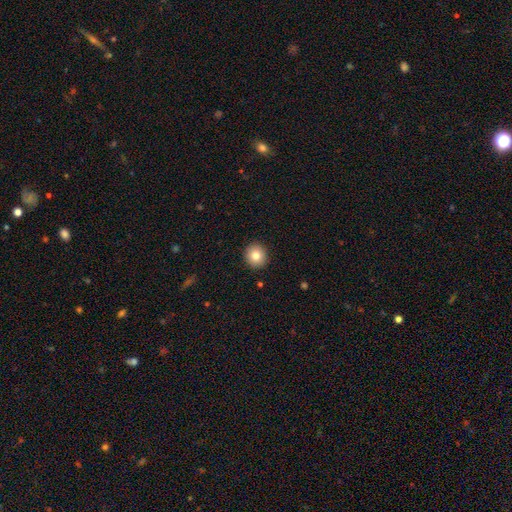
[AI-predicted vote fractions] Smooth or featured? smooth (82%)
How rounded? round (89%)
Merging? none (92%)